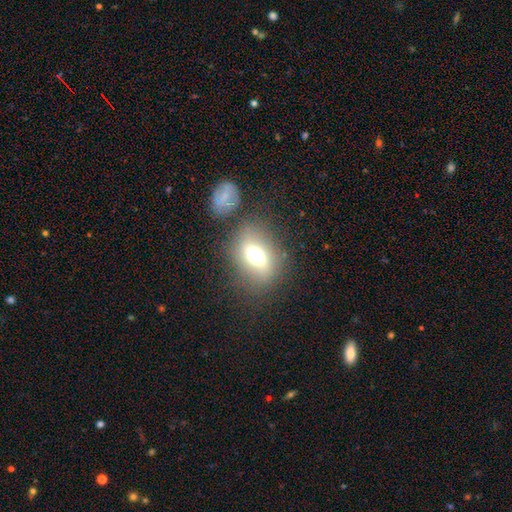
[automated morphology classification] Smooth or featured?
  - smooth: 64% *
  - featured or disk: 21%
  - star or artifact: 15%
How rounded?
  - in between: 60% *
  - round: 37%
  - cigar-shaped: 2%
Merging?
  - none: 66% *
  - minor disturbance: 15%
  - merger: 11%
  - major disturbance: 8%